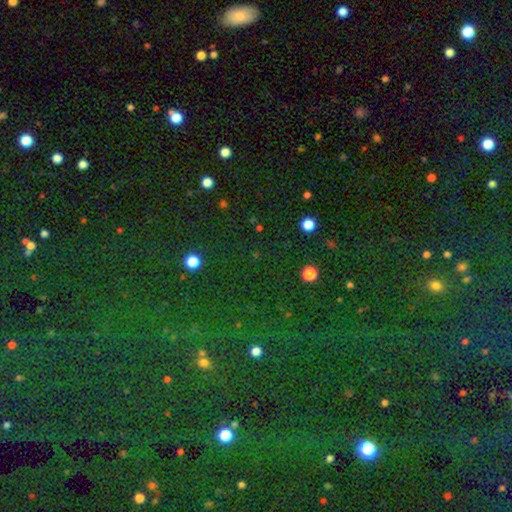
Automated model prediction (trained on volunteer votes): Smooth or featured: star or artifact — 79% (smooth — 13%)